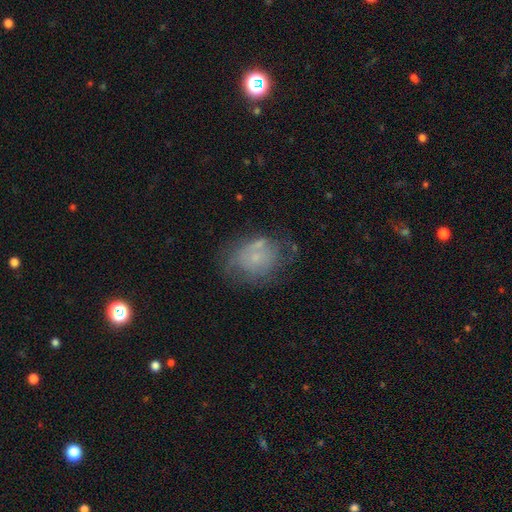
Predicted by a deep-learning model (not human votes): Smooth or featured?
  - smooth: 46% *
  - featured or disk: 42%
  - star or artifact: 12%
Merging?
  - none: 46% *
  - minor disturbance: 26%
  - major disturbance: 19%
  - merger: 8%